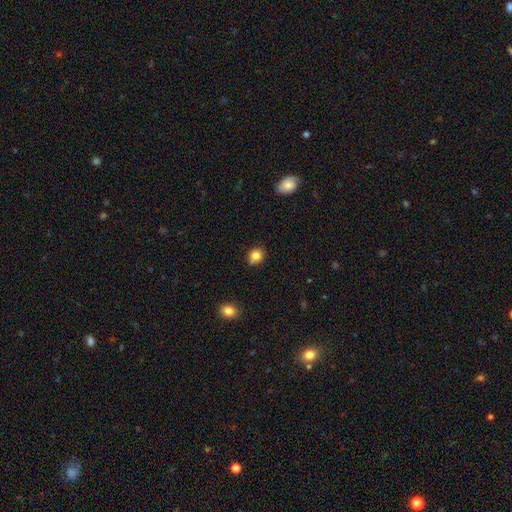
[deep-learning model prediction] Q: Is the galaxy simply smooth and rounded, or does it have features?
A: smooth — 82%.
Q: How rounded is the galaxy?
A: round — 77%.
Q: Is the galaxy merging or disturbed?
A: none — 68%.